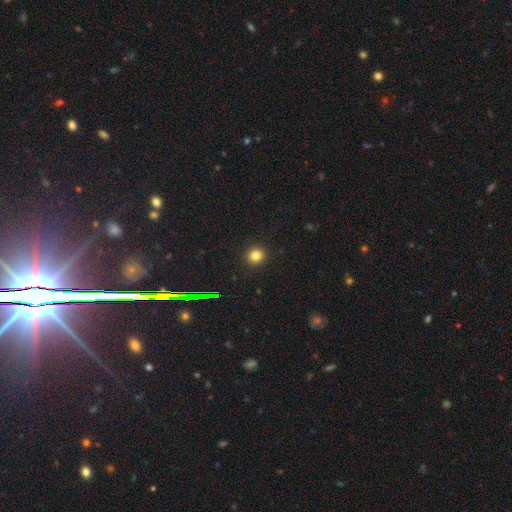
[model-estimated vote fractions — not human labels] A smooth galaxy with no disk features (81%) that is round (89%).

Vote fractions:
- Smooth or featured? smooth: 81% / star or artifact: 14% / featured or disk: 5%
- How rounded? round: 89% / in between: 10% / cigar-shaped: 1%
- Merging? none: 92% / minor disturbance: 5% / major disturbance: 2% / merger: 1%